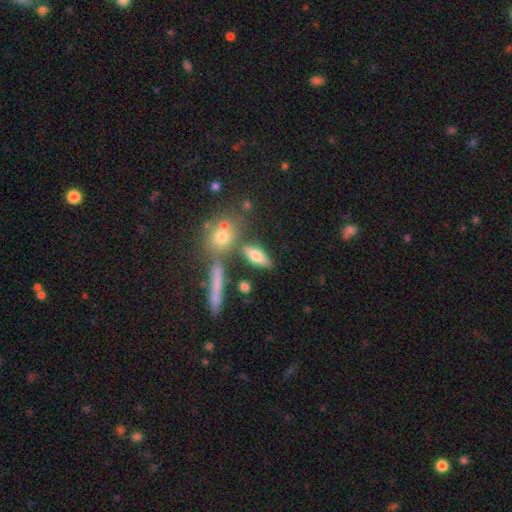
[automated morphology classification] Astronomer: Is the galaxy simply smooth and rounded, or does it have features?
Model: smooth — 65%.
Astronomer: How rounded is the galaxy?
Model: in between — 57% (runner-up: cigar-shaped, 34%).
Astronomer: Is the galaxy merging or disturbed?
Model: none — 66%.